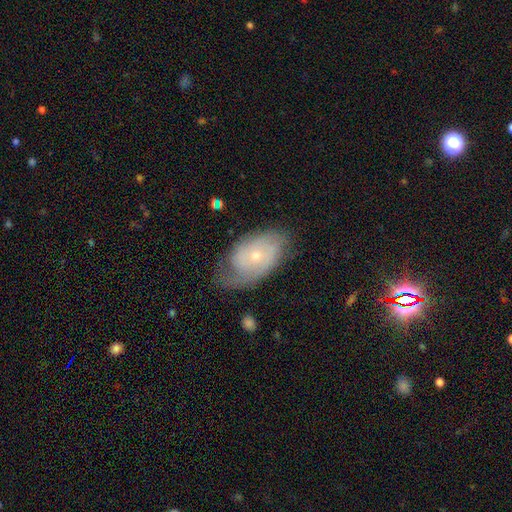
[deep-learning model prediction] A featured or disk galaxy (71%) with no bar (78%), 2 (41%) tight (54%) spiral arms (88%) and a small central bulge (61%).

Vote fractions:
- Smooth or featured? featured or disk: 71% / smooth: 22% / star or artifact: 7%
- Edge-on disk? no: 94% / yes: 6%
- Bar? no: 78% / weak: 19% / strong: 3%
- Spiral arms? yes: 88% / no: 12%
- Spiral winding? tight: 54% / medium: 32% / loose: 14%
- Spiral arm count? 2: 41% / can't tell: 34% / 1: 10% / 3: 9% / 4: 3% / more than 4: 3%
- Bulge size? small: 61% / moderate: 36% / large: 1% / none: 1% / dominant: 1%
- Merging? none: 62% / minor disturbance: 25% / major disturbance: 11% / merger: 1%